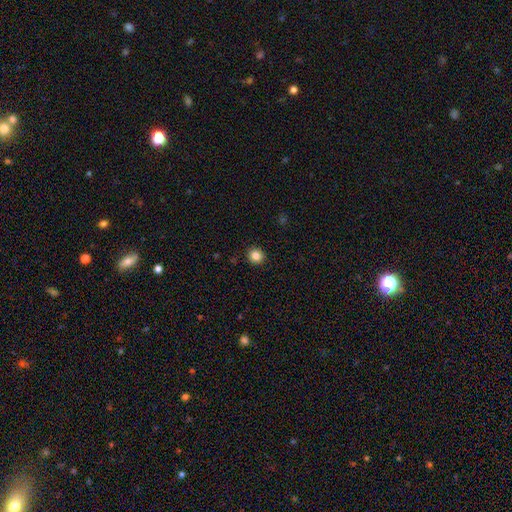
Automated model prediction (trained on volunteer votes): The model was most divided on "smooth or featured": smooth: 85%, star or artifact: 11%, featured or disk: 4%. More confident: merging — none (92%); how rounded — round (89%).